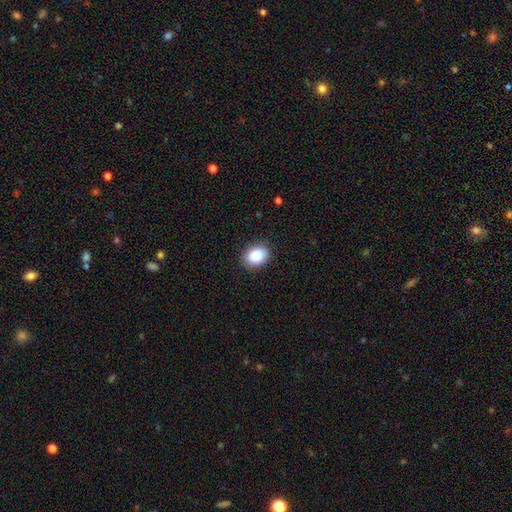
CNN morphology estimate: The model was most divided on "how rounded": in between: 65%, round: 34%, cigar-shaped: 1%. More confident: merging — none (89%); smooth or featured — smooth (86%).